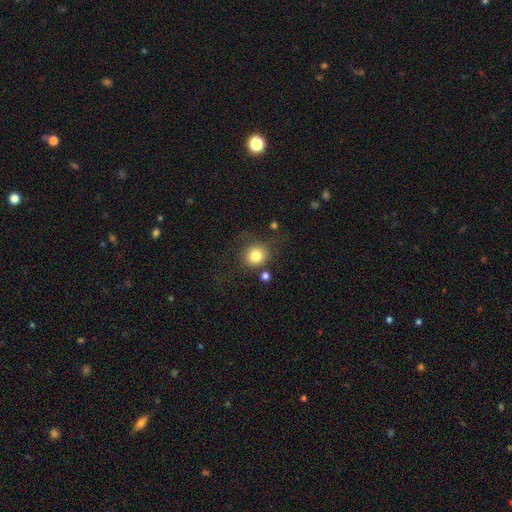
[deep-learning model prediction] A smooth galaxy with no disk features (80%) that is round (85%).

Vote fractions:
- Smooth or featured? smooth: 80% / star or artifact: 11% / featured or disk: 8%
- How rounded? round: 85% / in between: 14% / cigar-shaped: 1%
- Merging? none: 70% / minor disturbance: 15% / major disturbance: 8% / merger: 7%